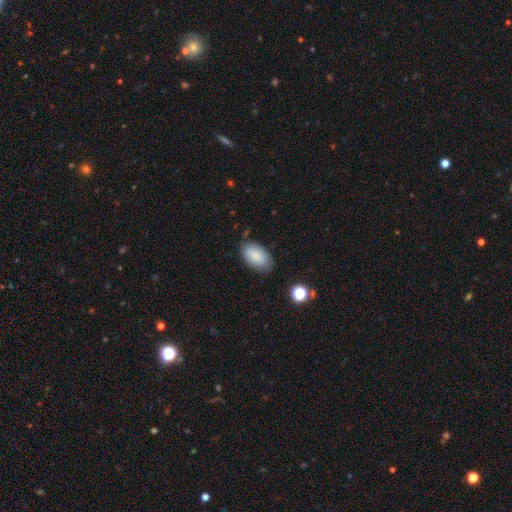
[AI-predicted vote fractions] A smooth galaxy with no disk features (82%) that is in between round and cigar-shaped (94%).

Vote fractions:
- Smooth or featured? smooth: 82% / featured or disk: 11% / star or artifact: 7%
- How rounded? in between: 94% / round: 5% / cigar-shaped: 1%
- Merging? none: 77% / minor disturbance: 17% / major disturbance: 4% / merger: 2%